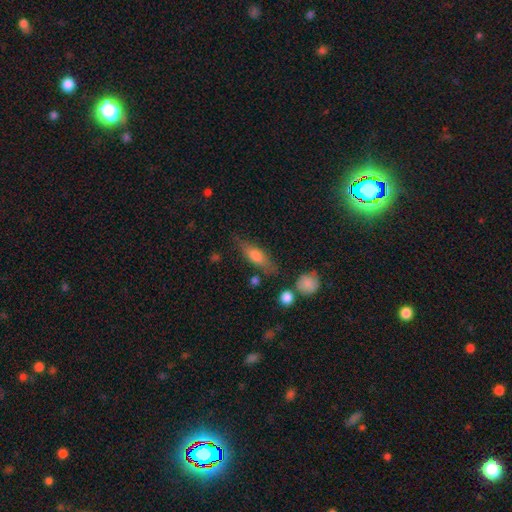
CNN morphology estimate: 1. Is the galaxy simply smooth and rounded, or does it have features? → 60% smooth, 32% featured or disk, 7% star or artifact.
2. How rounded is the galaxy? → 50% in between, 46% cigar-shaped, 4% round.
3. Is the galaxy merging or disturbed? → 72% none, 18% minor disturbance, 6% major disturbance, 5% merger.